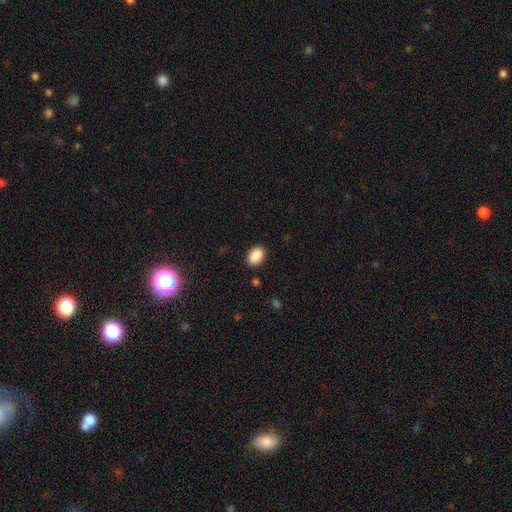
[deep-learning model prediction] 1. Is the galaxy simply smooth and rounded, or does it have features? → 90% smooth, 8% star or artifact, 3% featured or disk.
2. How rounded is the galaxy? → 85% in between, 14% round, 1% cigar-shaped.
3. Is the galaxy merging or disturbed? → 87% none, 9% minor disturbance, 2% major disturbance, 1% merger.